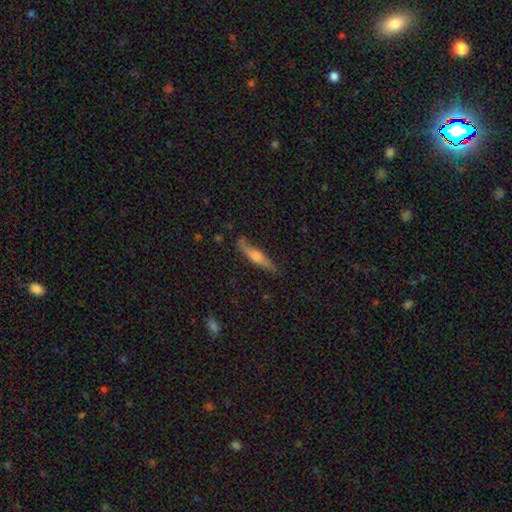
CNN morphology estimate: This is possibly a featured or disk galaxy (49%). Merging: likely none (76%).